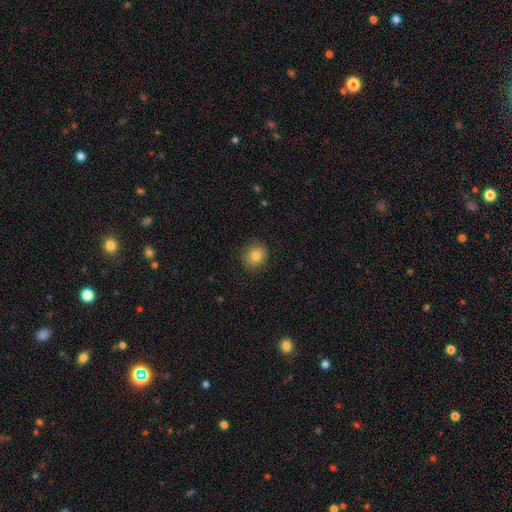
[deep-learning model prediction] A smooth galaxy with no disk features (82%) that is round (81%). Merging: none (88%).